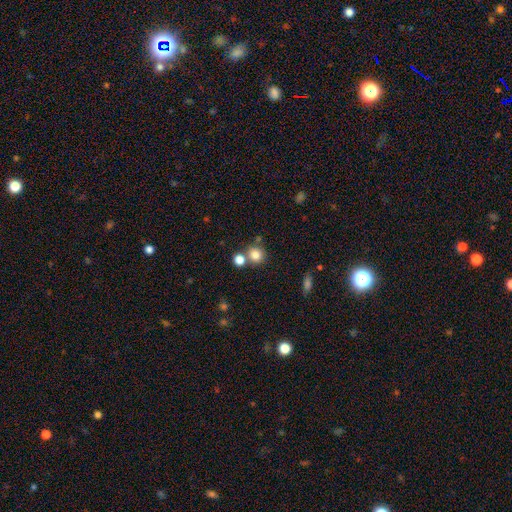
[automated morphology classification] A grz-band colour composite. It shows a smooth galaxy with no disk features (81%) that is round (87%). Merging: none (67%).